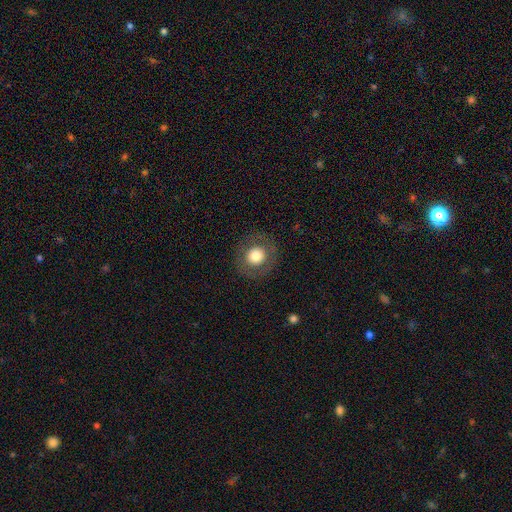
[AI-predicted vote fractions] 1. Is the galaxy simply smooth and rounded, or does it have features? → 71% smooth, 19% featured or disk, 10% star or artifact.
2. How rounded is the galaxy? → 92% round, 7% in between, 1% cigar-shaped.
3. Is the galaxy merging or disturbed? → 86% none, 8% minor disturbance, 5% major disturbance, 1% merger.